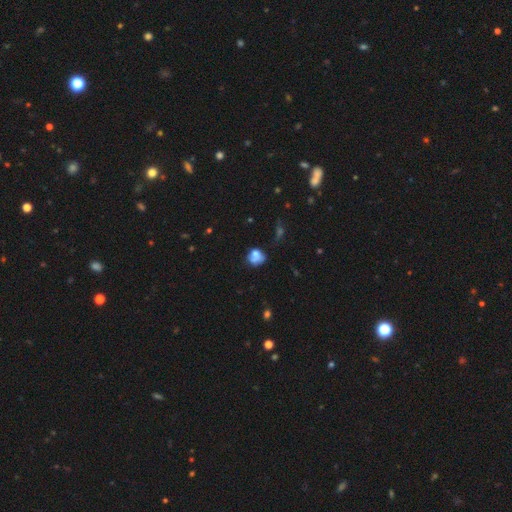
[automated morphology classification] Q: Smooth or featured?
A: smooth (68%); runner-up: featured or disk (20%)
Q: How rounded?
A: round (65%); runner-up: in between (34%)
Q: Merging?
A: none (42%); runner-up: minor disturbance (24%)